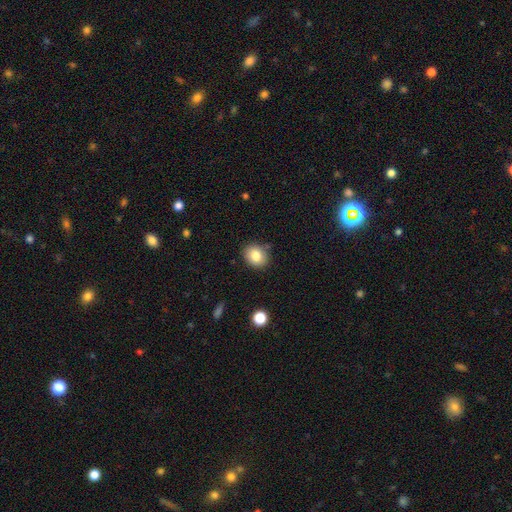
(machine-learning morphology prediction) Smooth or featured? Predicted: smooth (p=0.83). How rounded? Predicted: round (p=0.52). Merging? Predicted: none (p=0.83).